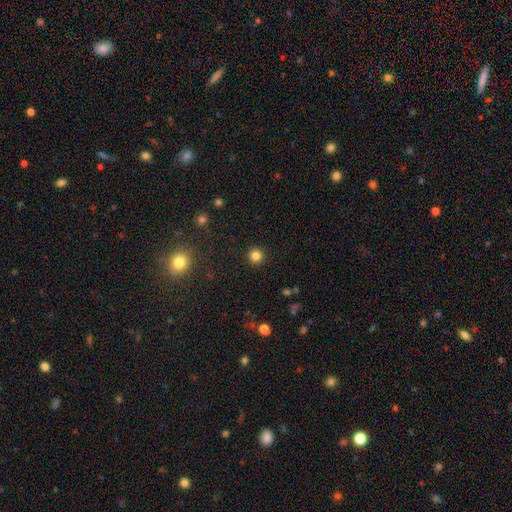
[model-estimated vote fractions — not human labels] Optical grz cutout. It shows a smooth galaxy with no disk features (83%) that is round (95%). Merging: none (93%).